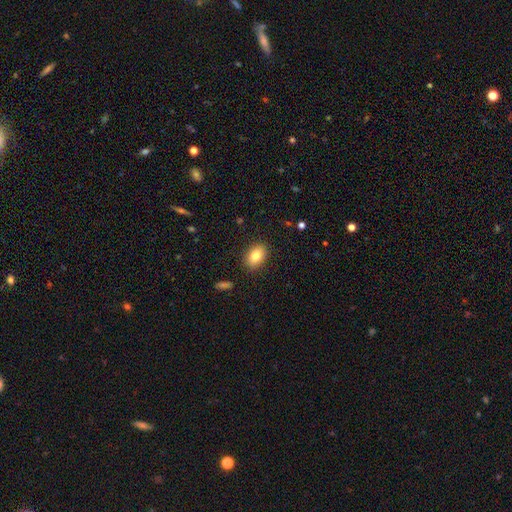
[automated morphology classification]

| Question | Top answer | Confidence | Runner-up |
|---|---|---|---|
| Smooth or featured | smooth | 81% | featured or disk (10%) |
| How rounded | in between | 79% | round (20%) |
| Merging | none | 88% | minor disturbance (9%) |